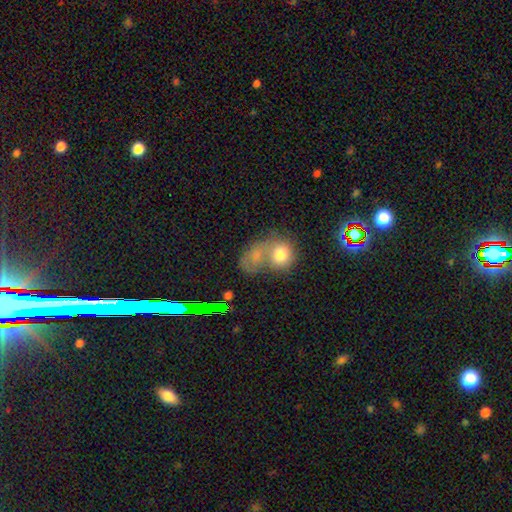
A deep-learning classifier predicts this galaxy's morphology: A smooth galaxy with no disk features (65%) that is round (53%).

Vote fractions:
- Smooth or featured? smooth: 65% / featured or disk: 18% / star or artifact: 17%
- How rounded? round: 53% / in between: 45% / cigar-shaped: 2%
- Merging? merger: 60% / none: 23% / minor disturbance: 9% / major disturbance: 8%